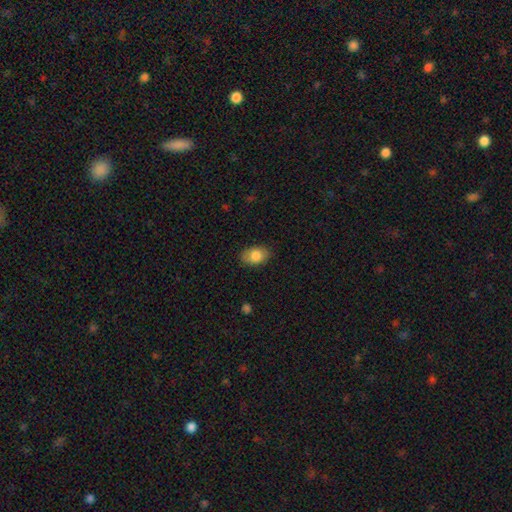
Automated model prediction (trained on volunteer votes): The model was most divided on "how rounded": in between: 85%, round: 14%, cigar-shaped: 1%. More confident: merging — none (84%); smooth or featured — smooth (83%).